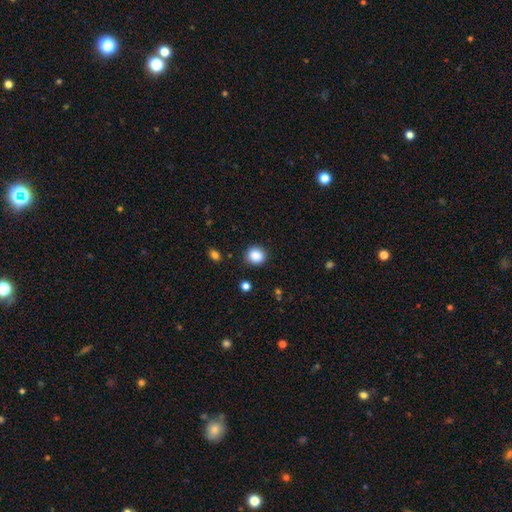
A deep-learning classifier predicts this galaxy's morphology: A smooth galaxy with no disk features (87%) that is round (85%).

Vote fractions:
- Smooth or featured? smooth: 87% / star or artifact: 9% / featured or disk: 3%
- How rounded? round: 85% / in between: 14% / cigar-shaped: 1%
- Merging? none: 87% / minor disturbance: 9% / major disturbance: 3% / merger: 2%